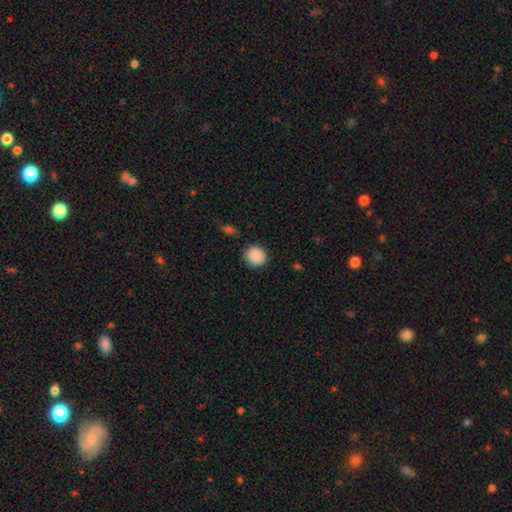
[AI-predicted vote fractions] smooth_or_featured: smooth (p=0.89) [alt: star or artifact p=0.08]
how_rounded: round (p=0.91) [alt: in between p=0.08]
merging: none (p=0.90) [alt: minor disturbance p=0.07]